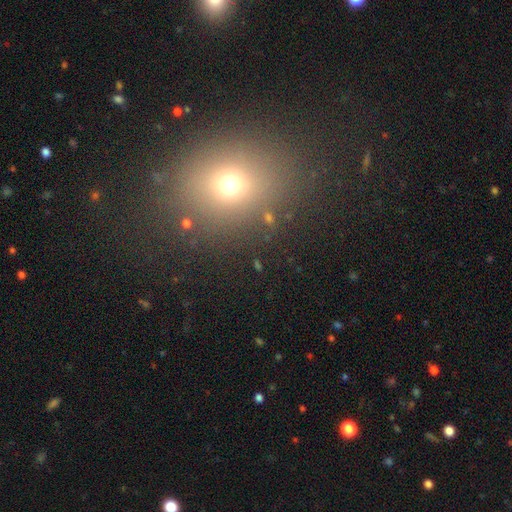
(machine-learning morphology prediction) smooth-or-featured: smooth: 61% | star or artifact: 27% | featured or disk: 11%
  how-rounded: round: 52% | in between: 47% | cigar-shaped: 2%
  merging: none: 83% | minor disturbance: 9% | major disturbance: 5% | merger: 3%